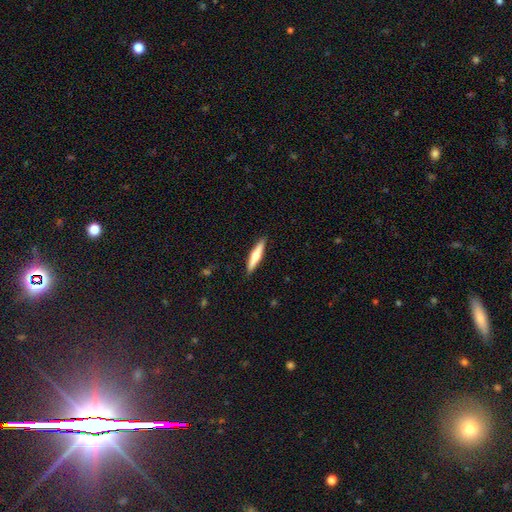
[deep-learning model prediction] smooth_or_featured: smooth (p=0.51) [alt: featured or disk p=0.43]
how_rounded: cigar-shaped (p=0.87) [alt: in between p=0.12]
merging: none (p=0.90) [alt: minor disturbance p=0.07]